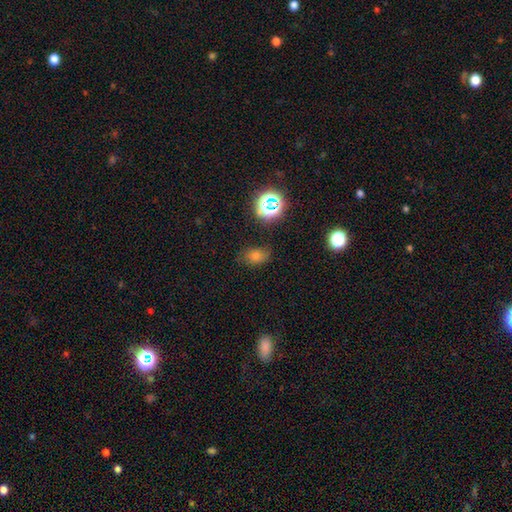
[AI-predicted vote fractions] A smooth galaxy with no disk features (61%) that is in between round and cigar-shaped (69%).

Vote fractions:
- Smooth or featured? smooth: 61% / star or artifact: 27% / featured or disk: 11%
- How rounded? in between: 69% / round: 29% / cigar-shaped: 2%
- Merging? none: 76% / minor disturbance: 17% / major disturbance: 5% / merger: 2%